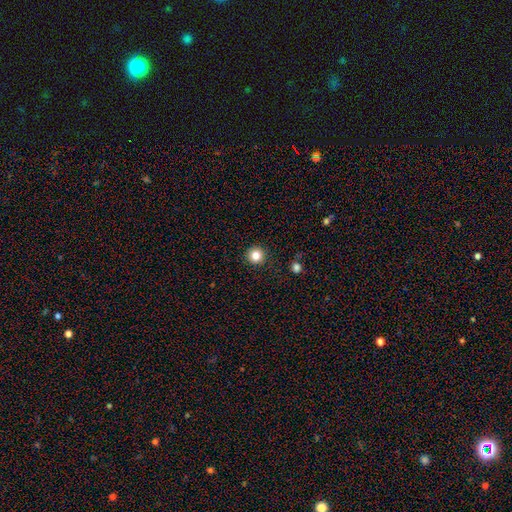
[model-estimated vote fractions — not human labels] A smooth galaxy with no disk features (83%) that is round (96%). Merging: none (92%).